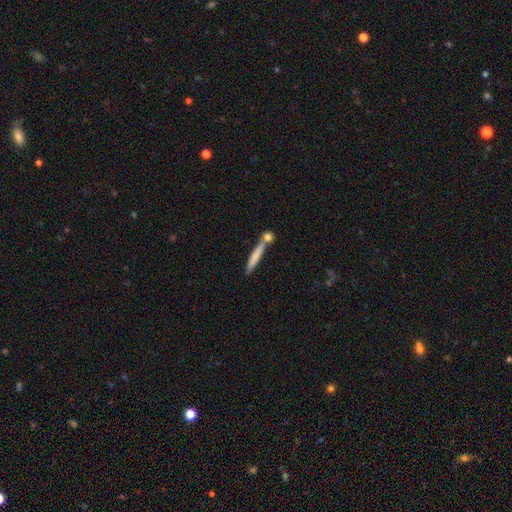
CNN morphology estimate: The model was most divided on "smooth or featured": smooth: 69%, featured or disk: 25%, star or artifact: 6%. More confident: how rounded — cigar-shaped (93%); merging — none (66%).